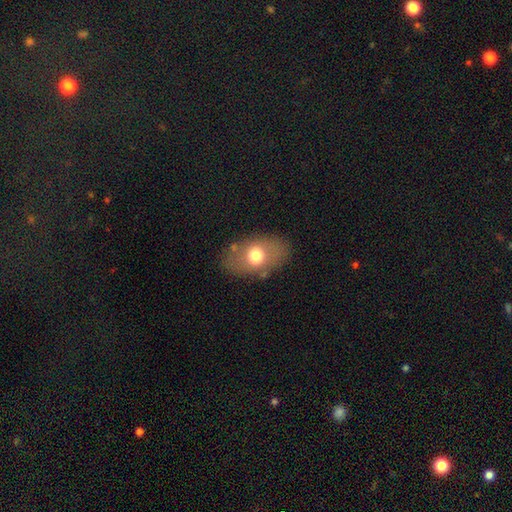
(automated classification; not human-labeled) smooth 68%, featured or disk 24%, star or artifact 9%. Down the decision tree: how rounded — in between (82%); merging — none (78%).